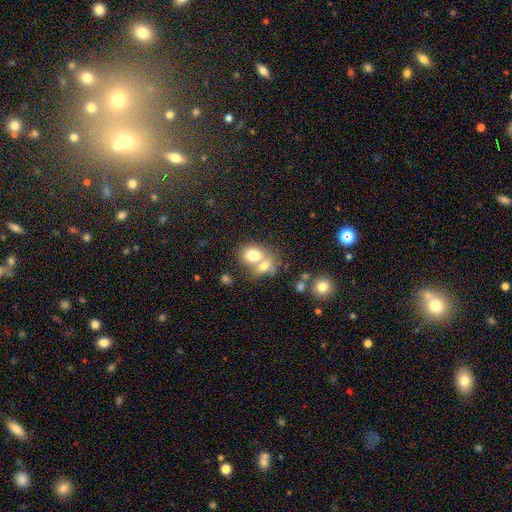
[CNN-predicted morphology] The model was most divided on "how rounded": in between: 63%, round: 36%, cigar-shaped: 1%. More confident: smooth or featured — smooth (74%); merging — merger (63%).